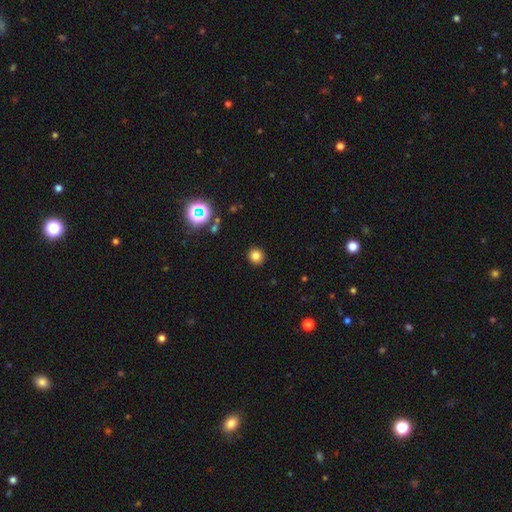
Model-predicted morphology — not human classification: Overall: smooth (80%). How rounded: round (88%). Merging: none (92%).